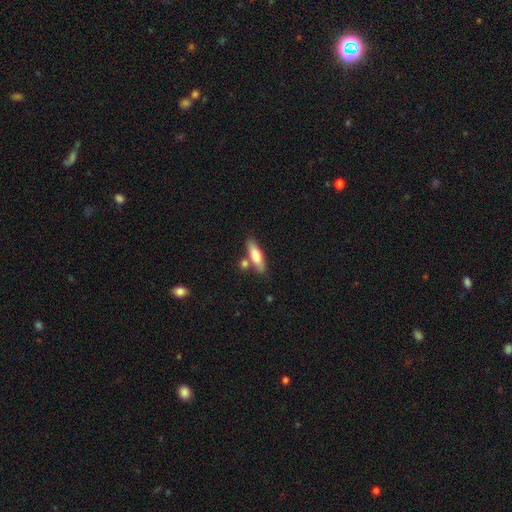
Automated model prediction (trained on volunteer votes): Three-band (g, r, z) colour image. It shows a smooth galaxy with no disk features (70%) that is cigar-shaped (57%). Merging: none (71%).